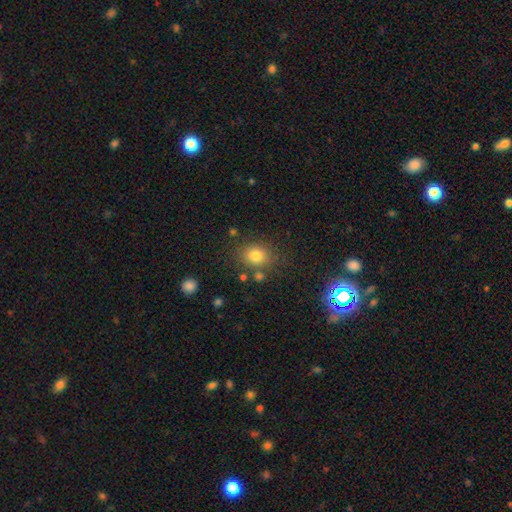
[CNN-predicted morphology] A smooth galaxy with no disk features (78%) that is round (63%).

Vote fractions:
- Smooth or featured? smooth: 78% / star or artifact: 14% / featured or disk: 8%
- How rounded? round: 63% / in between: 36% / cigar-shaped: 1%
- Merging? none: 77% / minor disturbance: 12% / merger: 7% / major disturbance: 4%